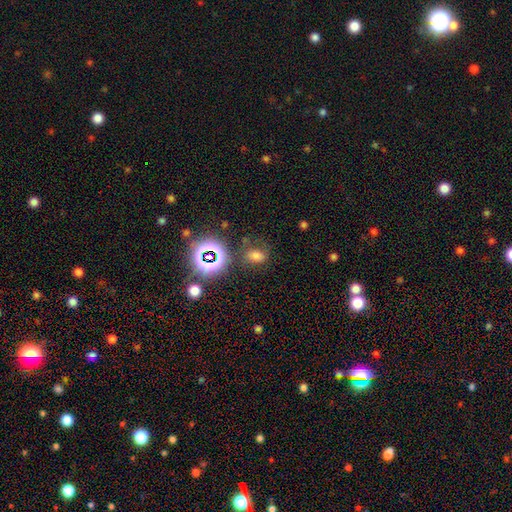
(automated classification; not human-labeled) smooth_or_featured: smooth (p=0.62) [alt: star or artifact p=0.28]
how_rounded: in between (p=0.76) [alt: round p=0.21]
merging: none (p=0.65) [alt: minor disturbance p=0.18]